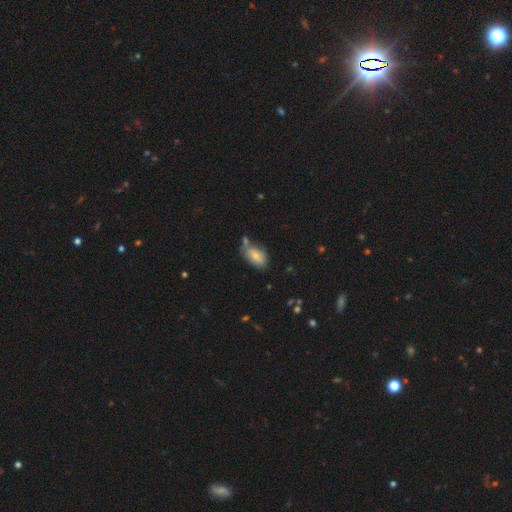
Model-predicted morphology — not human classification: A smooth galaxy with no disk features (73%) that is in between round and cigar-shaped (92%). Merging: none (55%).